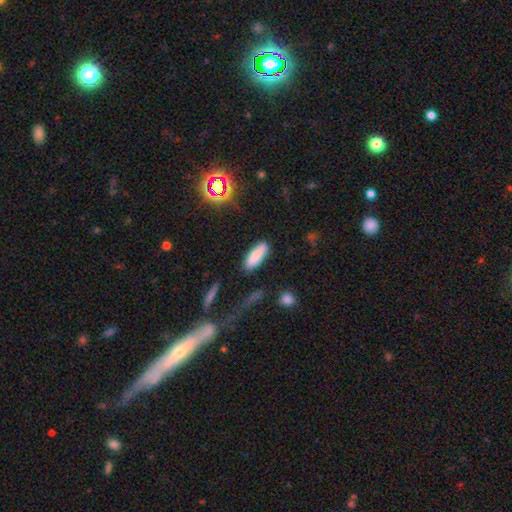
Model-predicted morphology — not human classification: Smooth or featured? smooth (85%)
How rounded? in between (61%)
Merging? none (81%)